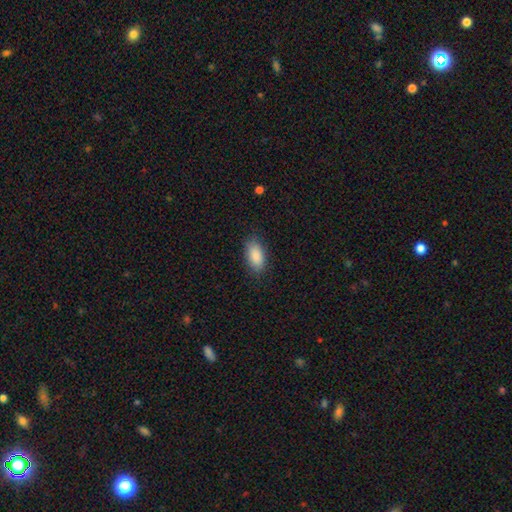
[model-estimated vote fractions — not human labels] Smooth or featured? Predicted: smooth (p=0.89). How rounded? Predicted: in between (p=0.92). Merging? Predicted: none (p=0.84).